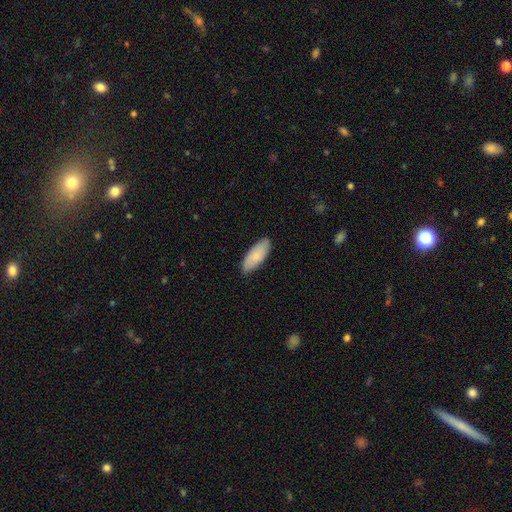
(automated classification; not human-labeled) Q: Smooth or featured?
A: smooth (84%); runner-up: featured or disk (11%)
Q: How rounded?
A: in between (81%); runner-up: cigar-shaped (17%)
Q: Merging?
A: none (86%); runner-up: minor disturbance (11%)